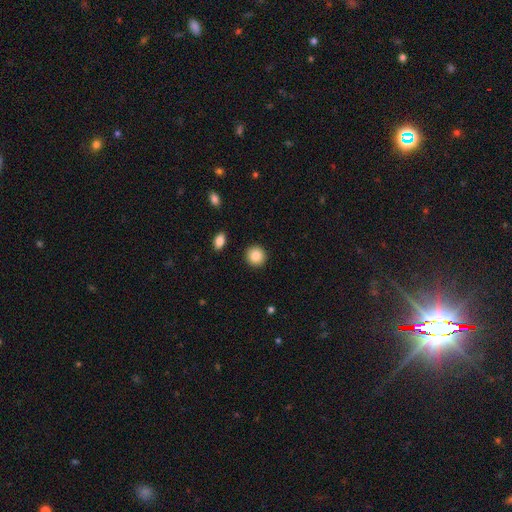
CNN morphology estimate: Smooth or featured?
  - smooth: 86% *
  - star or artifact: 8%
  - featured or disk: 6%
How rounded?
  - round: 91% *
  - in between: 8%
  - cigar-shaped: 1%
Merging?
  - none: 92% *
  - minor disturbance: 5%
  - major disturbance: 2%
  - merger: 1%